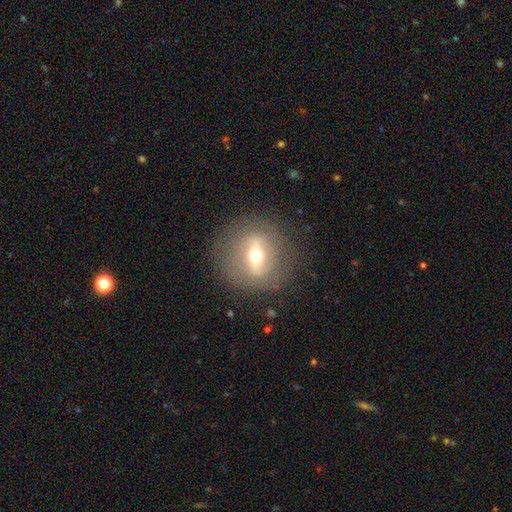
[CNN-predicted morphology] Overall: featured or disk (63%; smooth 28%). Edge-on disk: no (75%). Merging: none (83%).